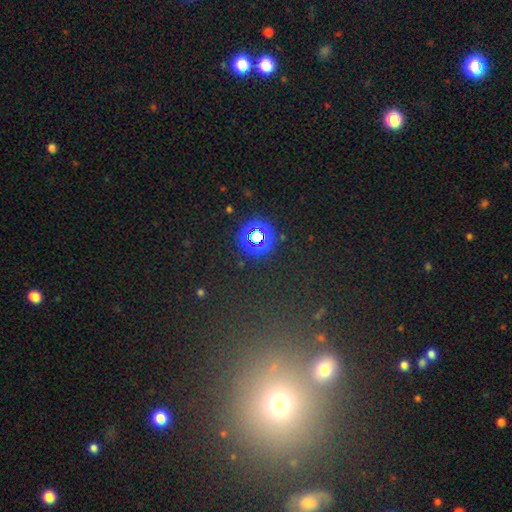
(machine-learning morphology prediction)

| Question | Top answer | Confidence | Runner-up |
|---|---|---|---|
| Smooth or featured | star or artifact | 51% | smooth (39%) |